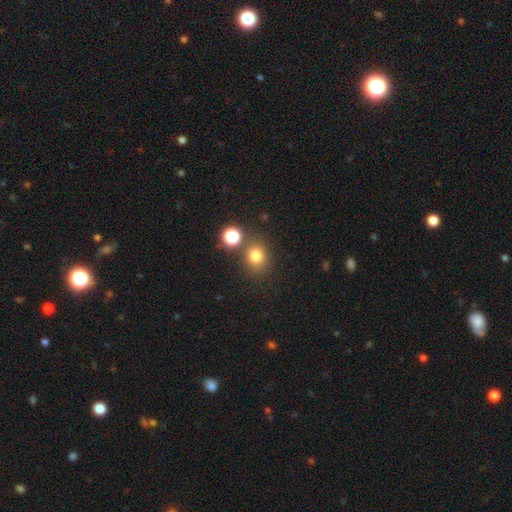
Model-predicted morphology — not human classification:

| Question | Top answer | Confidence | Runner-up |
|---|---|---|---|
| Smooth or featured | smooth | 77% | star or artifact (16%) |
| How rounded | round | 73% | in between (26%) |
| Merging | none | 76% | merger (11%) |